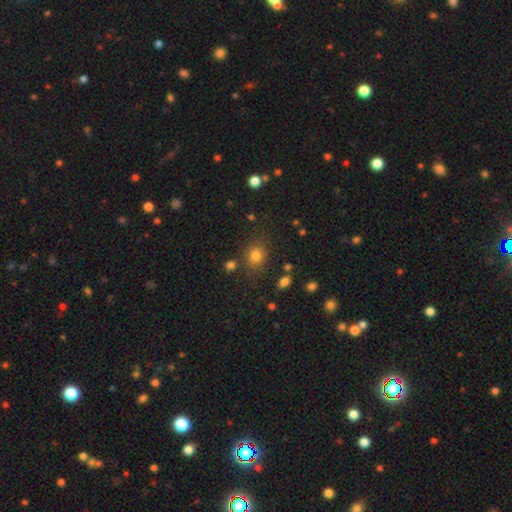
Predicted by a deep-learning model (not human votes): Smooth or featured? Predicted: smooth (p=0.79). How rounded? Predicted: round (p=0.69). Merging? Predicted: none (p=0.79).